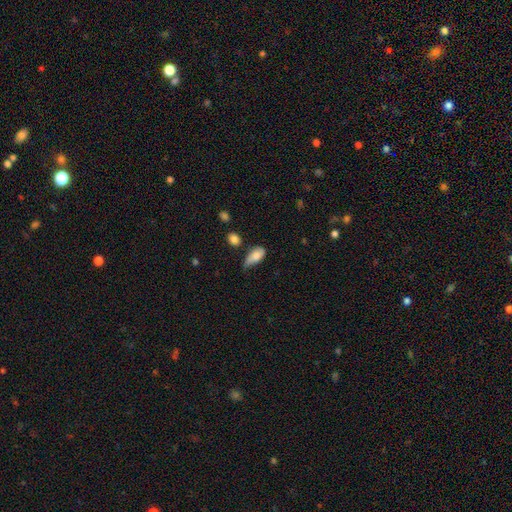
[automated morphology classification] The model was most divided on "merging": minor disturbance: 48%, none: 30%, major disturbance: 18%, merger: 5%. More confident: how rounded — in between (90%); smooth or featured — smooth (78%).